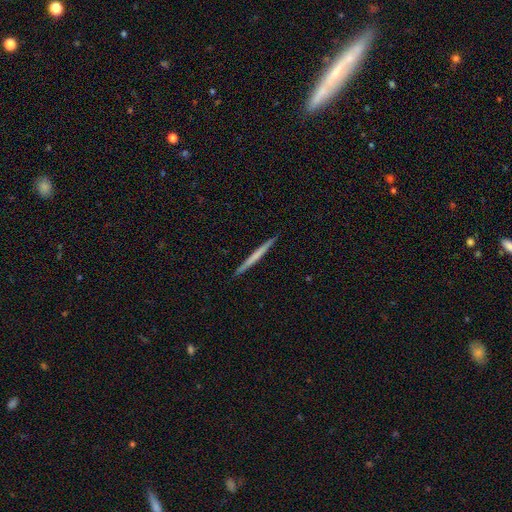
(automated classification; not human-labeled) smooth_or_featured: smooth (p=0.53) [alt: featured or disk p=0.42]
how_rounded: cigar-shaped (p=0.97) [alt: in between p=0.02]
merging: none (p=0.93) [alt: minor disturbance p=0.05]